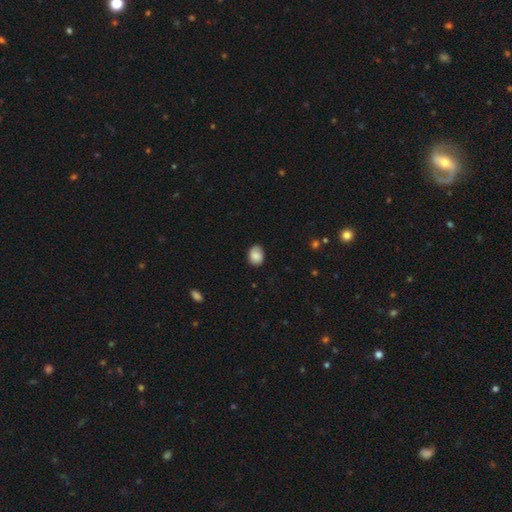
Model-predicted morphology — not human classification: The model was most divided on "how rounded": in between: 62%, round: 37%, cigar-shaped: 1%. More confident: smooth or featured — smooth (85%); merging — none (81%).